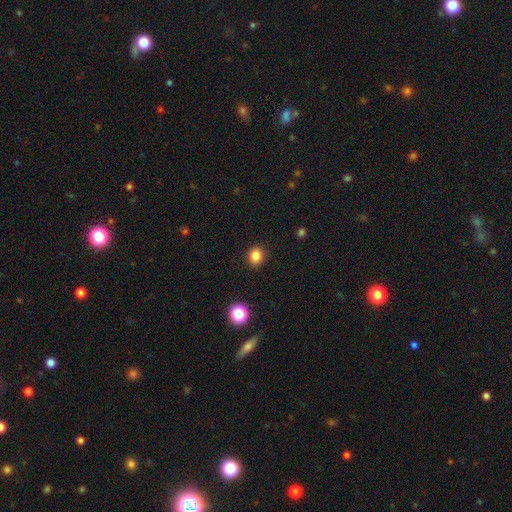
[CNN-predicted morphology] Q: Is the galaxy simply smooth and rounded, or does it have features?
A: smooth — 84%.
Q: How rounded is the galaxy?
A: round — 69%.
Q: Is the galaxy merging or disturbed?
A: none — 90%.